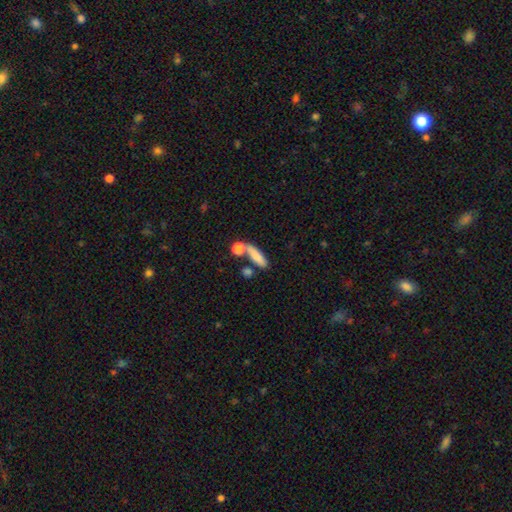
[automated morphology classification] type=smooth (80%); roundness=cigar-shaped (49%); merging=none (57%).